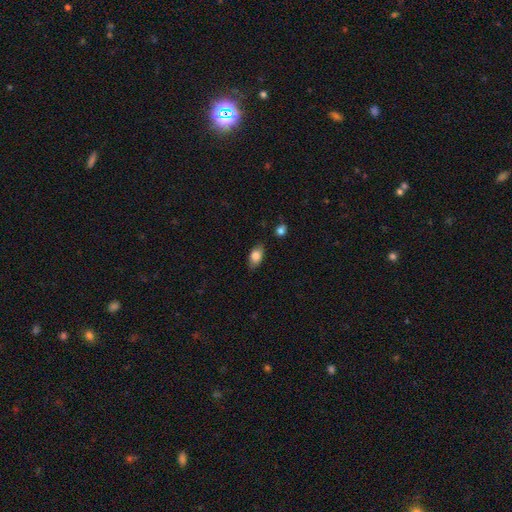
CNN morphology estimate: Smooth or featured? Predicted: smooth (p=0.81). How rounded? Predicted: in between (p=0.88). Merging? Predicted: none (p=0.80).